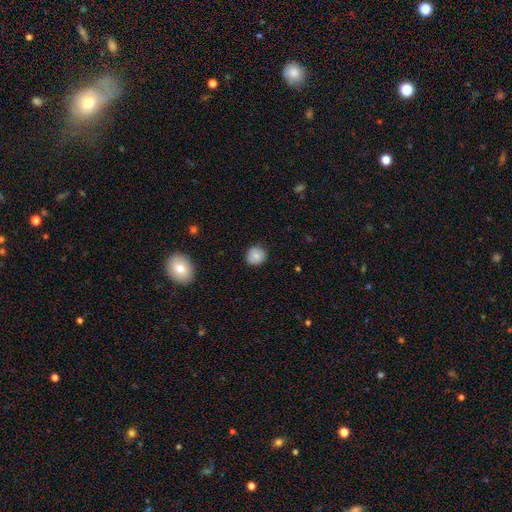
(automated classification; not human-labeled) A smooth galaxy with no disk features (82%) that is round (89%). Merging: none (87%).